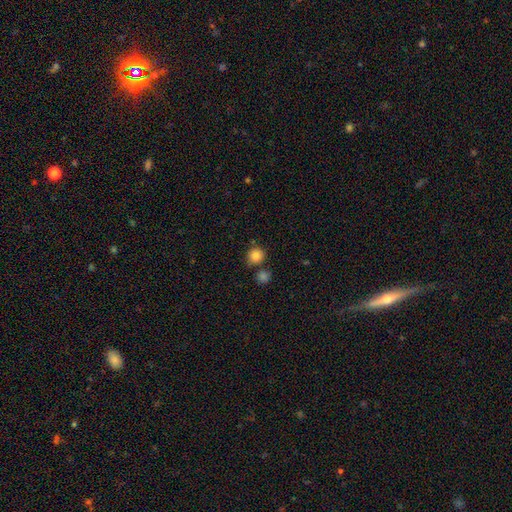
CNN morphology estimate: This is clearly a smooth galaxy (84%). How rounded: clearly round (89%). Merging: likely none (72%).